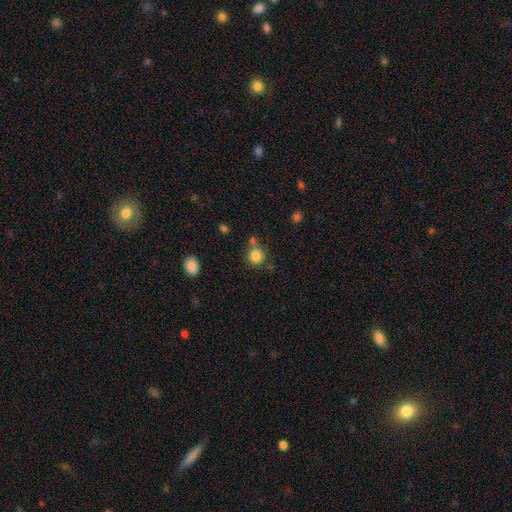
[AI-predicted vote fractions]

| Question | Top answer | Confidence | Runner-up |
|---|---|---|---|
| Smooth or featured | smooth | 84% | star or artifact (11%) |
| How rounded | round | 91% | in between (9%) |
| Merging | none | 69% | merger (16%) |